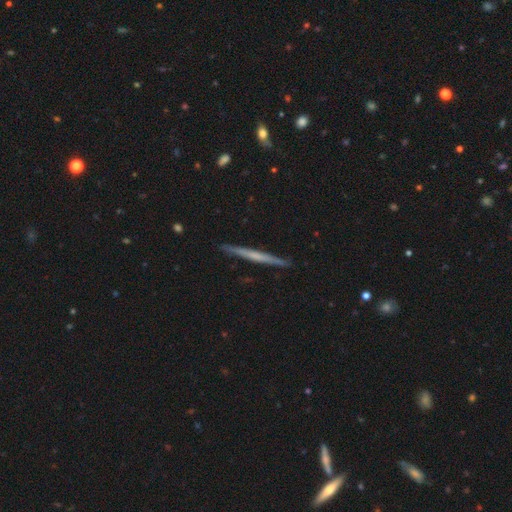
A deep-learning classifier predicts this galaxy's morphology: This appears to be a featured or disk galaxy (56%) viewed edge-on (98%) with no central bulge (74%). Merging: none (91%).